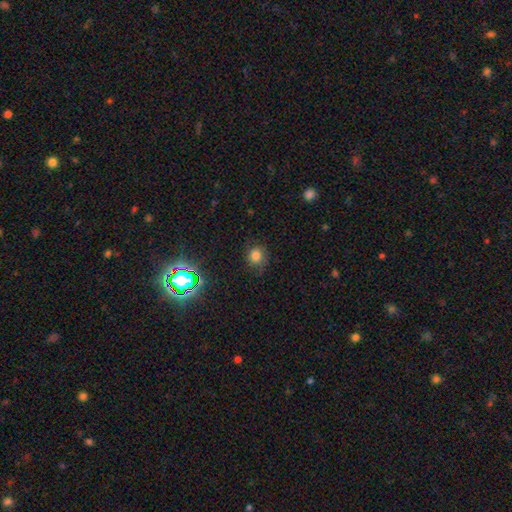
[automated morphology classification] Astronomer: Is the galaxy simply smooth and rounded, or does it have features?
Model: smooth — 72%.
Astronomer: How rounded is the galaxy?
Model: round — 78%.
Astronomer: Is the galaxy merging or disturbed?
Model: none — 72%.